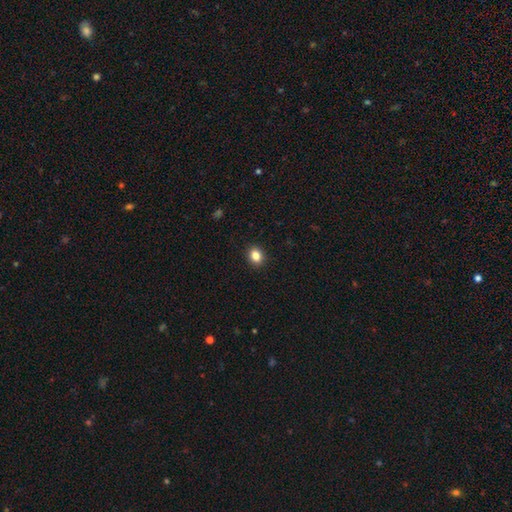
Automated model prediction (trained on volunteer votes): Morphology: type=smooth (84%); roundness=round (54%); merging=none (91%).